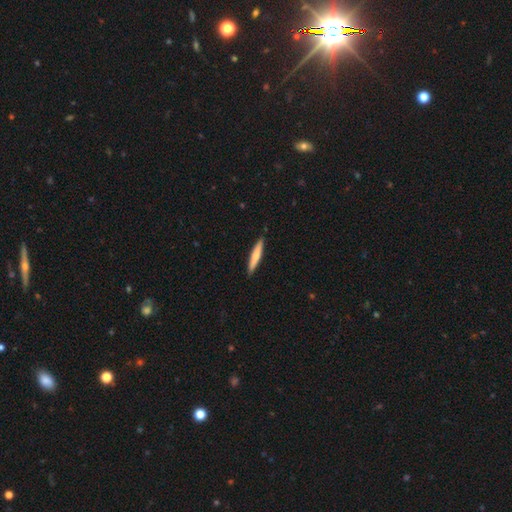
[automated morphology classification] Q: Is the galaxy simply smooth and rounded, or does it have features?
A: smooth — 65%.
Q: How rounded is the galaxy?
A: cigar-shaped — 93%.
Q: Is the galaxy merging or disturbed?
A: none — 90%.